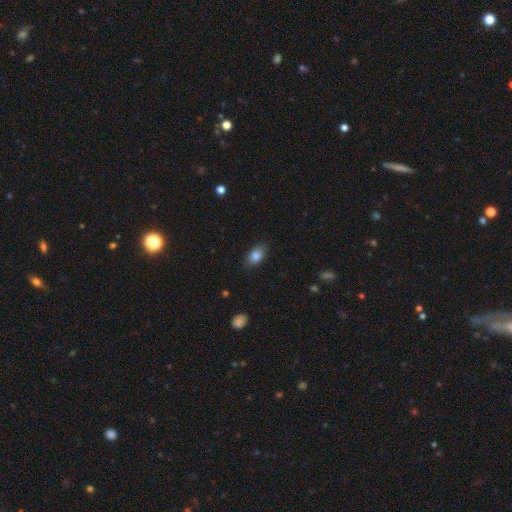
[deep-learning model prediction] smooth 84%, featured or disk 8%, star or artifact 8%. Down the decision tree: how rounded — in between (88%); merging — none (84%).